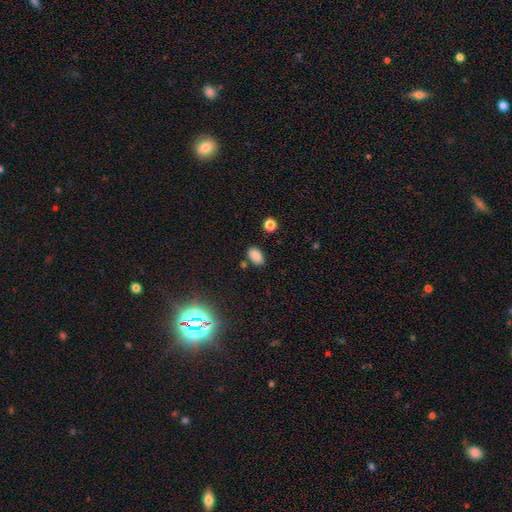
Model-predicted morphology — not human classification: This is clearly a smooth galaxy (80%). How rounded: clearly in between (90%). Merging: likely none (79%).